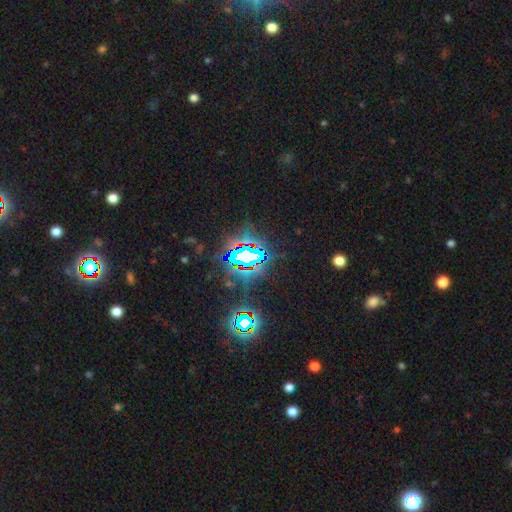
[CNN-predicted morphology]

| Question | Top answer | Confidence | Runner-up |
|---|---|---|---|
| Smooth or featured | star or artifact | 78% | smooth (12%) |